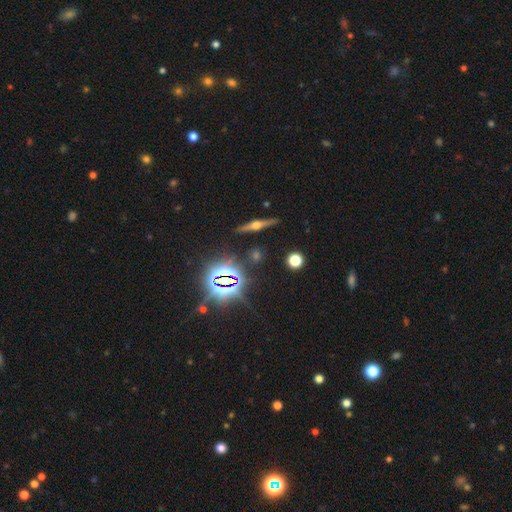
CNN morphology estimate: Smooth or featured? Predicted: featured or disk (p=0.48). Merging? Predicted: none (p=0.88).